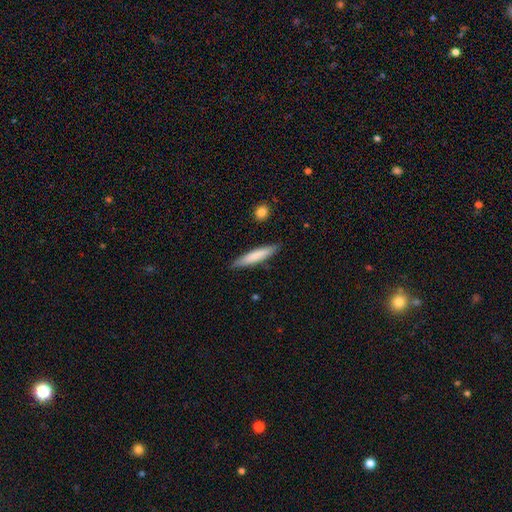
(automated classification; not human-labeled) This is likely a smooth galaxy (77%). How rounded: clearly cigar-shaped (86%). Merging: clearly none (87%).